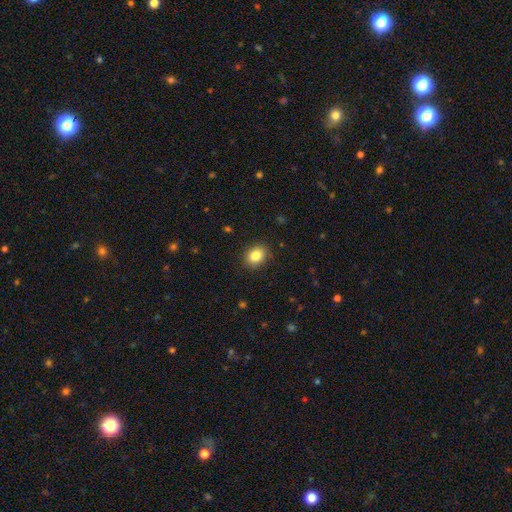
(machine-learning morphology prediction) Smooth or featured?
  - smooth: 84% *
  - star or artifact: 9%
  - featured or disk: 6%
How rounded?
  - in between: 54% *
  - round: 45%
  - cigar-shaped: 1%
Merging?
  - none: 89% *
  - minor disturbance: 8%
  - major disturbance: 2%
  - merger: 1%